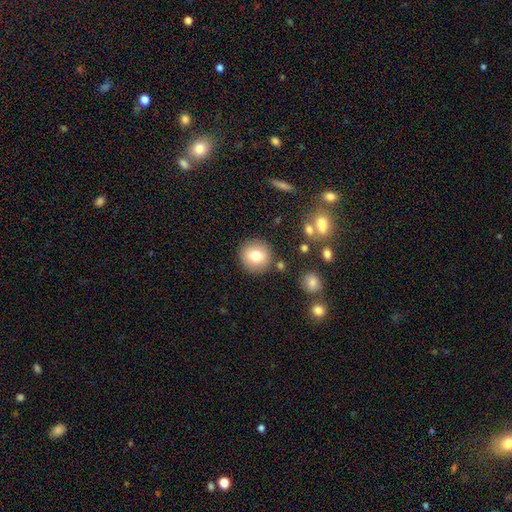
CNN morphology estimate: smooth-or-featured: smooth: 77% | featured or disk: 13% | star or artifact: 10%
  how-rounded: round: 92% | in between: 8% | cigar-shaped: 1%
  merging: none: 86% | minor disturbance: 8% | merger: 4% | major disturbance: 3%